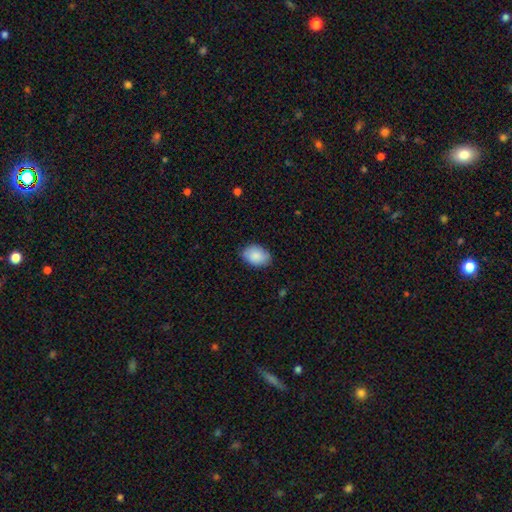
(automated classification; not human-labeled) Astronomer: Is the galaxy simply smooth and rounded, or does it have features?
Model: smooth — 88%.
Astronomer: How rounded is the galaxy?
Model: in between — 85%.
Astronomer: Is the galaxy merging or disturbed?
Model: none — 81%.